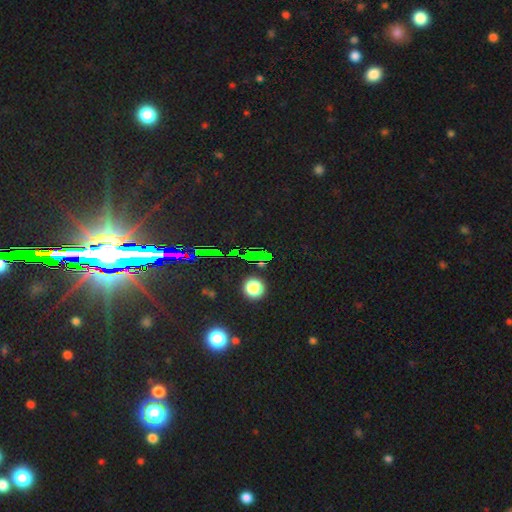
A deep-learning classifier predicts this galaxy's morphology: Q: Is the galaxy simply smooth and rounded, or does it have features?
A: star or artifact — 73%.